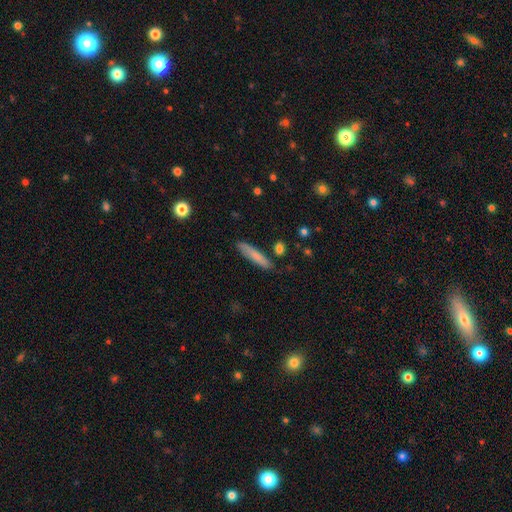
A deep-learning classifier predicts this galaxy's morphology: This appears to be a smooth galaxy with no disk features (76%) that is cigar-shaped (88%). Merging: none (82%).